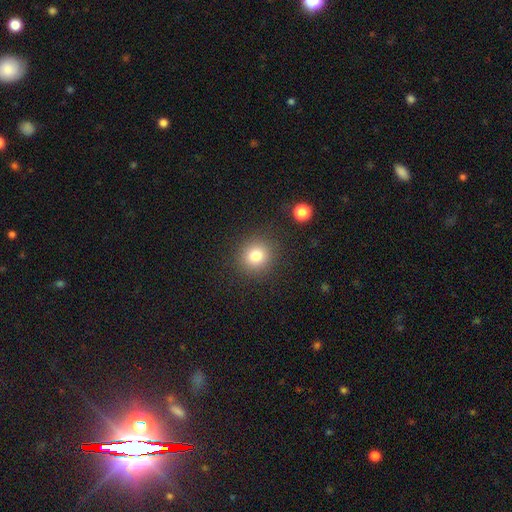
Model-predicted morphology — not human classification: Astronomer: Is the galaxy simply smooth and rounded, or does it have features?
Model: smooth — 80%.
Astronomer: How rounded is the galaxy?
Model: round — 87%.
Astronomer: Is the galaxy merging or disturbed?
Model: none — 87%.